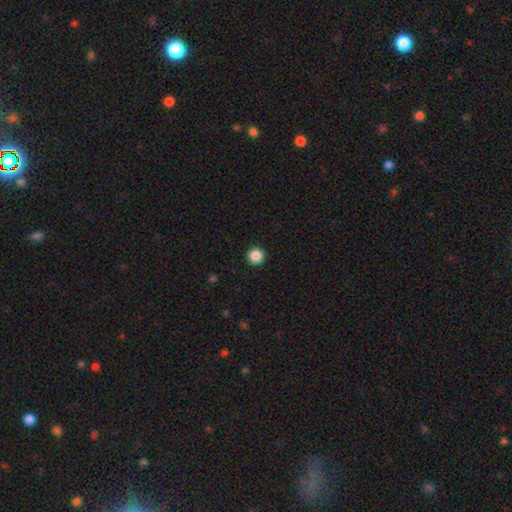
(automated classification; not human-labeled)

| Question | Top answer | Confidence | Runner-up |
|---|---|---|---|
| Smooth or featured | smooth | 87% | star or artifact (10%) |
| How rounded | round | 97% | in between (2%) |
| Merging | none | 94% | minor disturbance (4%) |